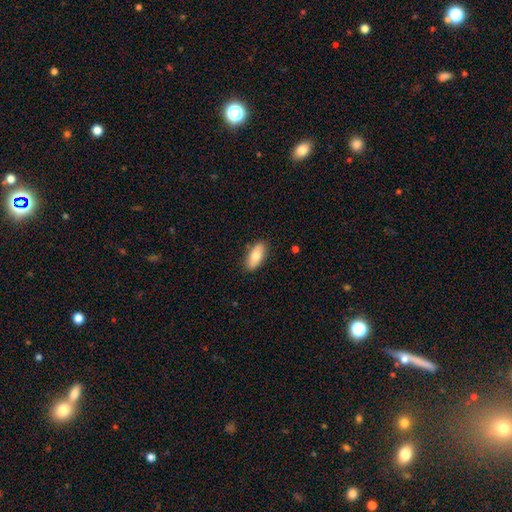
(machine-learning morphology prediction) Smooth or featured?
  - smooth: 78% *
  - featured or disk: 15%
  - star or artifact: 6%
How rounded?
  - in between: 85% *
  - cigar-shaped: 12%
  - round: 3%
Merging?
  - none: 86% *
  - minor disturbance: 10%
  - major disturbance: 2%
  - merger: 1%